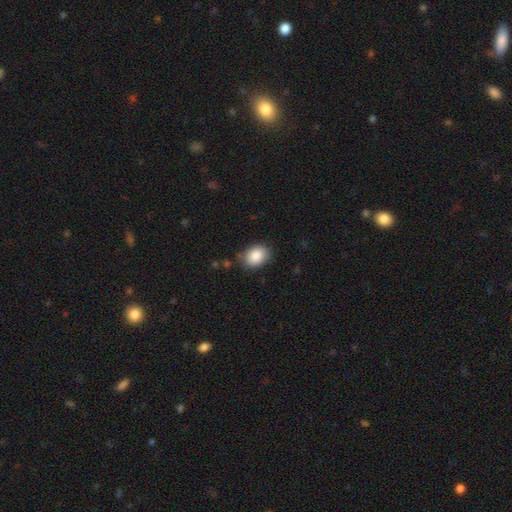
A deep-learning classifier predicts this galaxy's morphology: This is clearly a smooth galaxy (87%). How rounded: likely in between (69%). Merging: clearly none (81%).